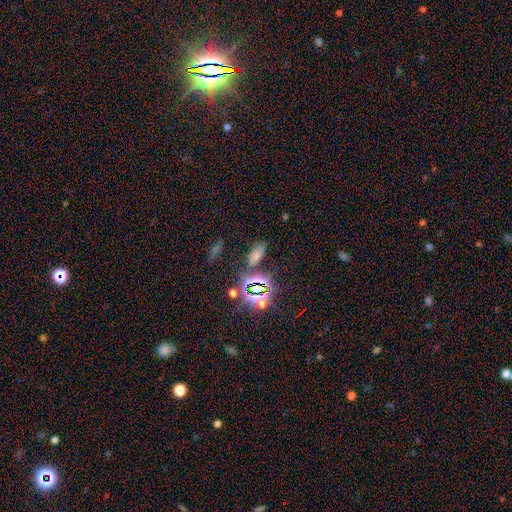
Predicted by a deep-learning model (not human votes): Smooth or featured? smooth (56%)
How rounded? in between (85%)
Merging? none (76%)